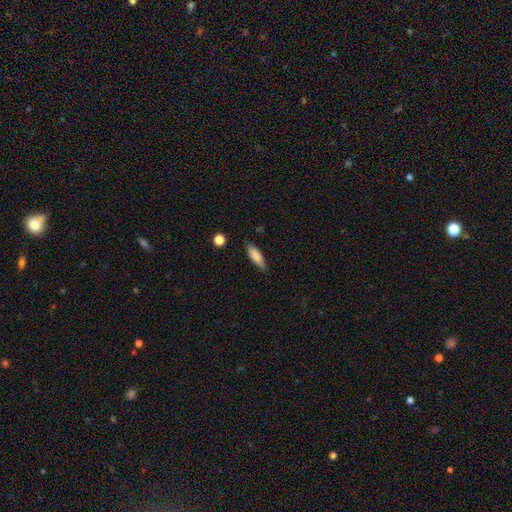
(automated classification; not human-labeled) The model was most divided on "how rounded" (2-way tie): cigar-shaped: 49%, in between: 49%, round: 2%. More confident: smooth or featured — smooth (84%); merging — none (82%).